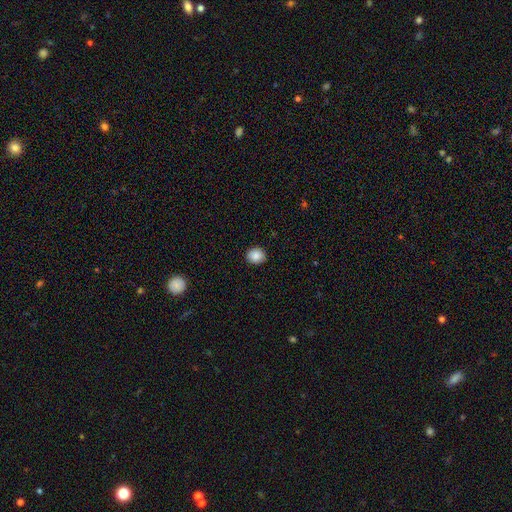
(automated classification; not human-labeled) Q: Smooth or featured?
A: smooth (87%); runner-up: star or artifact (9%)
Q: How rounded?
A: round (80%); runner-up: in between (19%)
Q: Merging?
A: none (90%); runner-up: minor disturbance (7%)